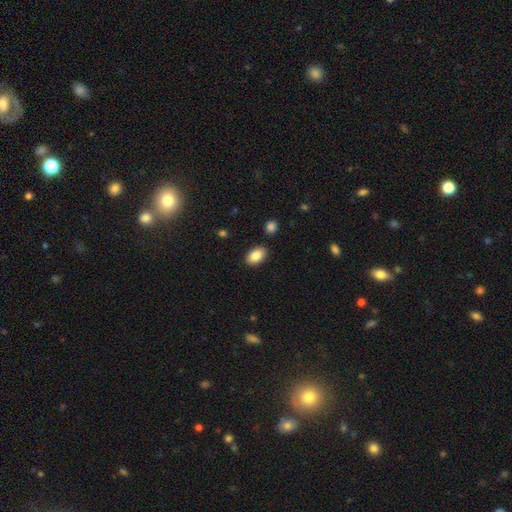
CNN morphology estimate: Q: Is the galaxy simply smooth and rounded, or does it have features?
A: smooth — 86%.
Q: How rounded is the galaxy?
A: in between — 92%.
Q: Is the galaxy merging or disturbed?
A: none — 87%.